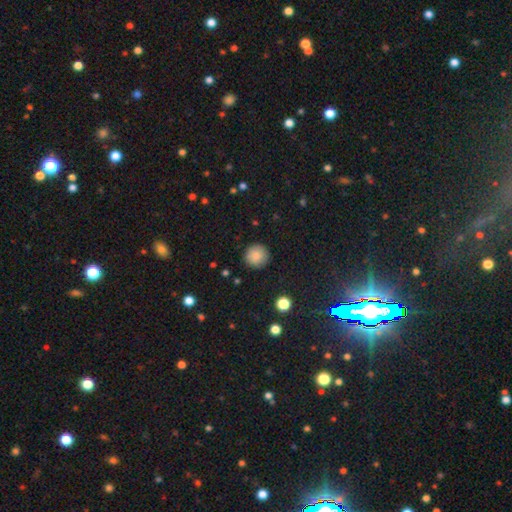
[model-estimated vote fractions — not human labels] Q: Smooth or featured?
A: smooth (87%); runner-up: star or artifact (9%)
Q: How rounded?
A: round (95%); runner-up: in between (4%)
Q: Merging?
A: none (90%); runner-up: minor disturbance (7%)